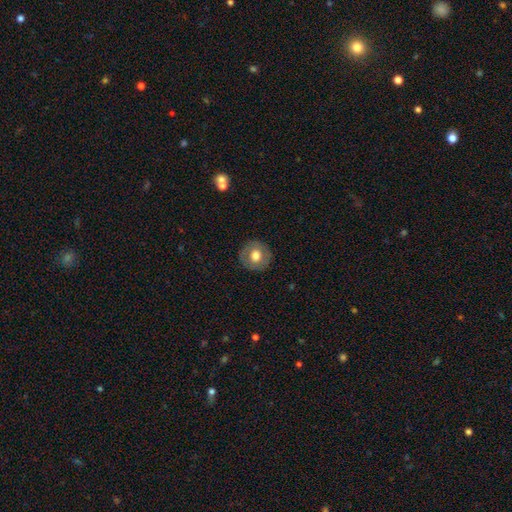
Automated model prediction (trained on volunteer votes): Morphology: type=smooth (64%); roundness=round (92%); merging=none (88%).